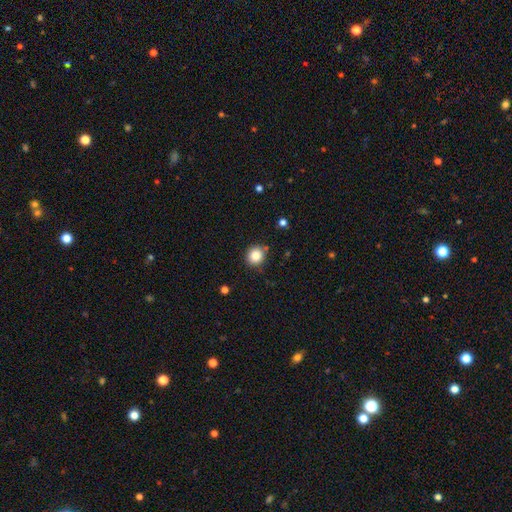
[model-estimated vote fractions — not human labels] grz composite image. It shows a smooth galaxy with no disk features (84%) that is round (88%). Merging: none (86%).